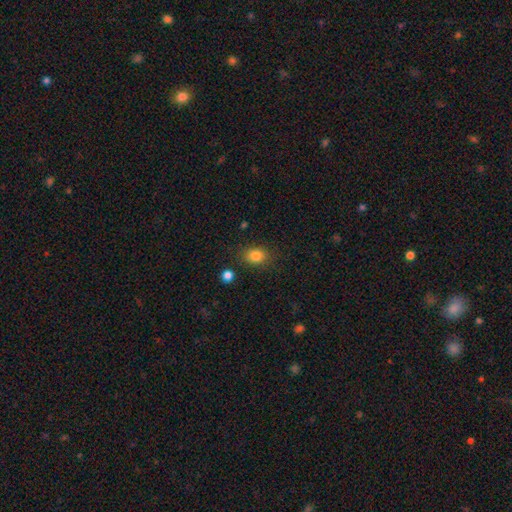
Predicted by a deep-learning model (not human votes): The model was most divided on "how rounded": in between: 58%, round: 40%, cigar-shaped: 1%. More confident: smooth or featured — smooth (84%); merging — none (81%).